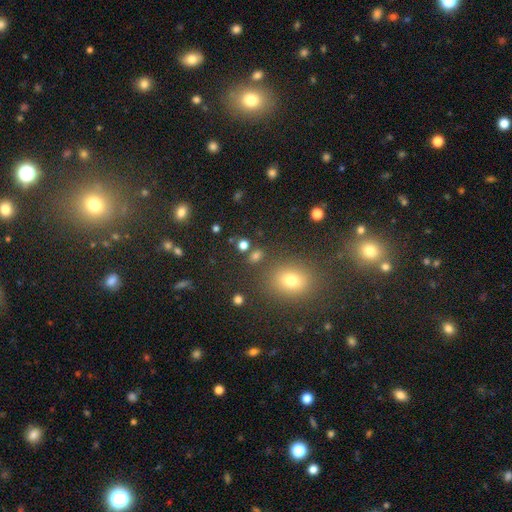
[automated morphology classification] This appears to be a smooth galaxy with no disk features (73%) that is in between round and cigar-shaped (53%). Merging: none (78%).